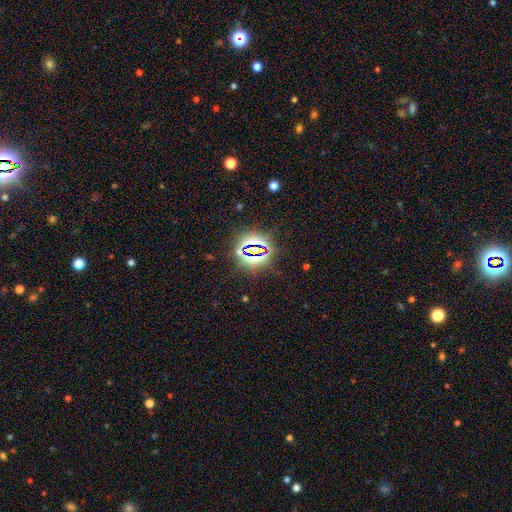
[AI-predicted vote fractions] smooth-or-featured: star or artifact: 81% | smooth: 12% | featured or disk: 7%